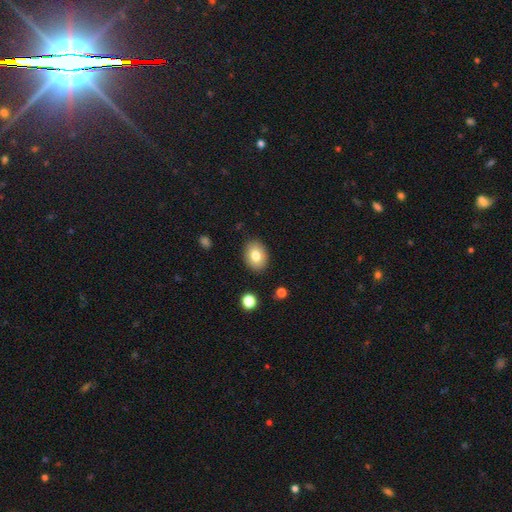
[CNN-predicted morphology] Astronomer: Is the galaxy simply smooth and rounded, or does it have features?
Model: smooth — 79%.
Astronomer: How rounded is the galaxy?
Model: in between — 65%.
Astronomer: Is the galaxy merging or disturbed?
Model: none — 88%.